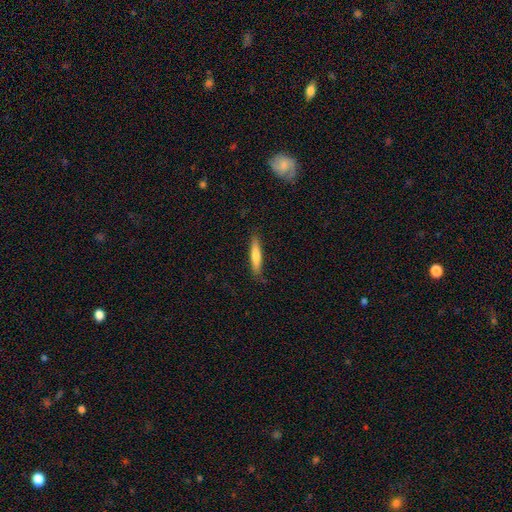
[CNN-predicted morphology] type=smooth (73%); roundness=cigar-shaped (88%); merging=none (85%).